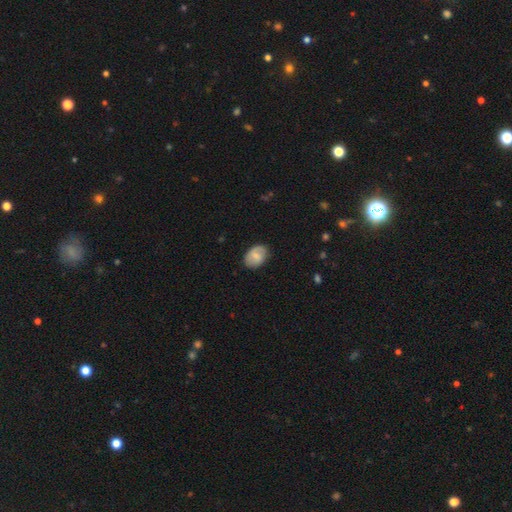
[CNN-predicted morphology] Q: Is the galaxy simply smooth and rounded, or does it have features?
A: smooth — 60%.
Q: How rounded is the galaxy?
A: in between — 76%.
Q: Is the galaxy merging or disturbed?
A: none — 77%.